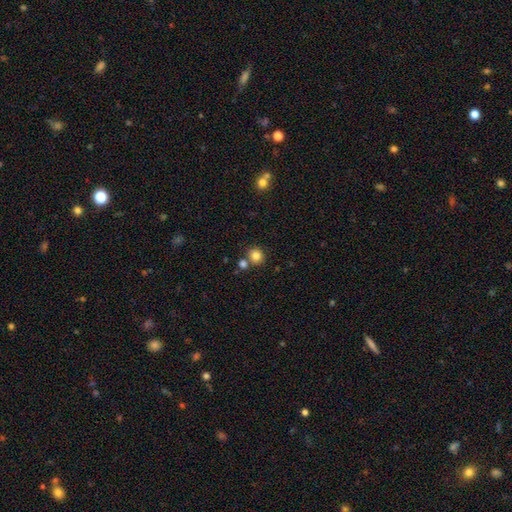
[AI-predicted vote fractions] smooth-or-featured: smooth: 83% | star or artifact: 11% | featured or disk: 6%
  how-rounded: round: 86% | in between: 13% | cigar-shaped: 1%
  merging: none: 70% | merger: 19% | minor disturbance: 9% | major disturbance: 3%